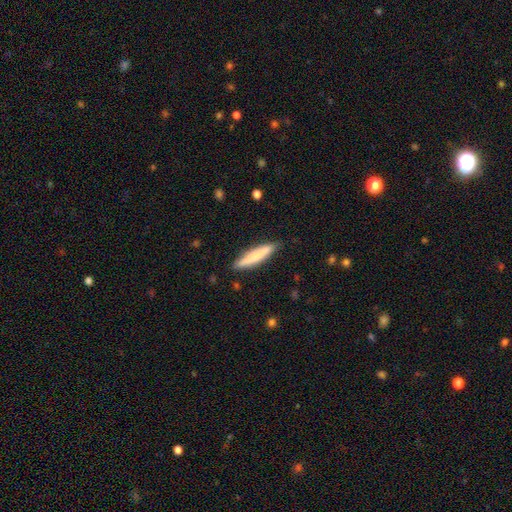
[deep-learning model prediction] smooth_or_featured: smooth (p=0.73) [alt: featured or disk p=0.21]
how_rounded: cigar-shaped (p=0.87) [alt: in between p=0.11]
merging: none (p=0.86) [alt: minor disturbance p=0.10]